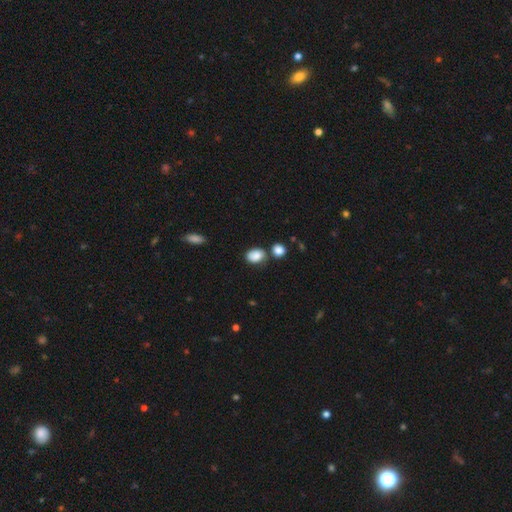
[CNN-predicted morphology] Smooth or featured? smooth (84%)
How rounded? in between (67%)
Merging? none (62%)